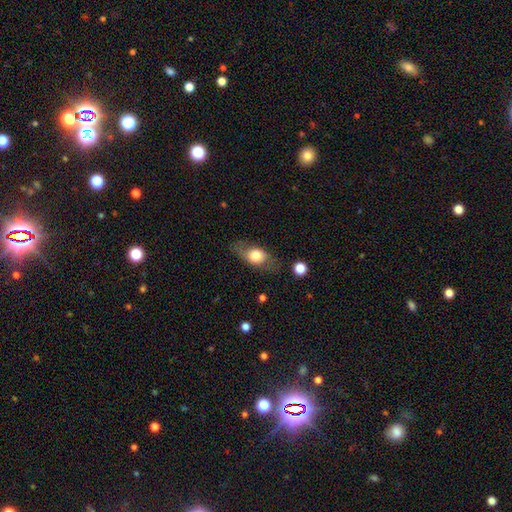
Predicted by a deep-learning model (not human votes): Smooth or featured? Predicted: smooth (p=0.67). How rounded? Predicted: in between (p=0.71). Merging? Predicted: none (p=0.71).